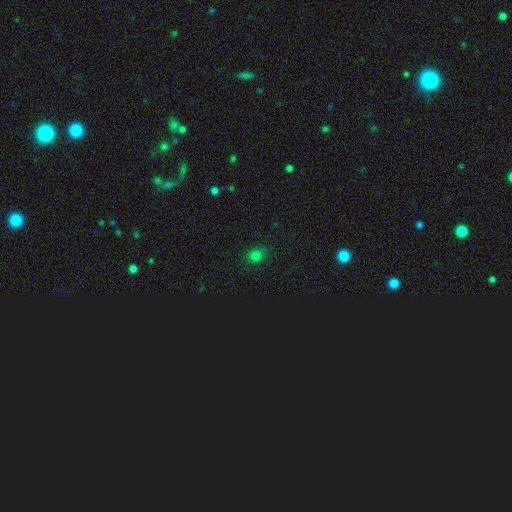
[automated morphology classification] A smooth galaxy with no disk features (73%) that is round (67%).

Vote fractions:
- Smooth or featured? smooth: 73% / star or artifact: 21% / featured or disk: 6%
- How rounded? round: 67% / in between: 32% / cigar-shaped: 1%
- Merging? none: 82% / minor disturbance: 13% / major disturbance: 3% / merger: 1%